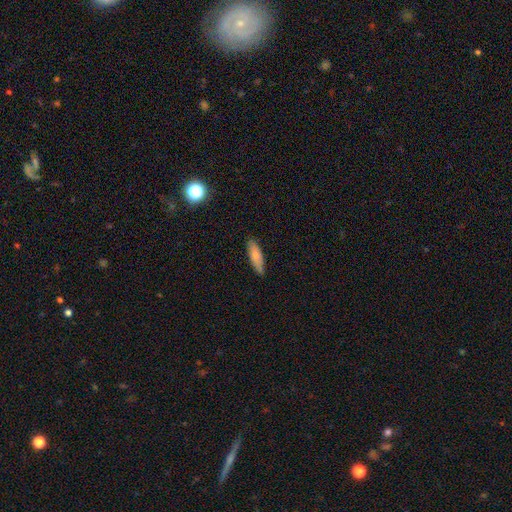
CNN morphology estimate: Smooth or featured: smooth — 75% (featured or disk — 19%)
How rounded: cigar-shaped — 53% (in between — 45%)
Merging: none — 82% (minor disturbance — 14%)